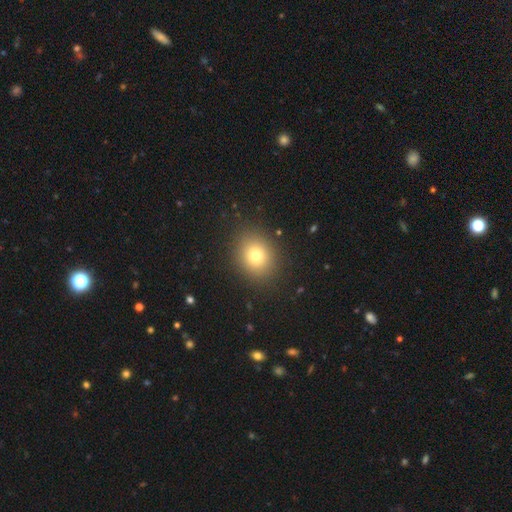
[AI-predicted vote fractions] Smooth or featured?
  - smooth: 76% *
  - star or artifact: 14%
  - featured or disk: 10%
How rounded?
  - round: 73% *
  - in between: 26%
  - cigar-shaped: 1%
Merging?
  - none: 89% *
  - minor disturbance: 7%
  - major disturbance: 3%
  - merger: 1%